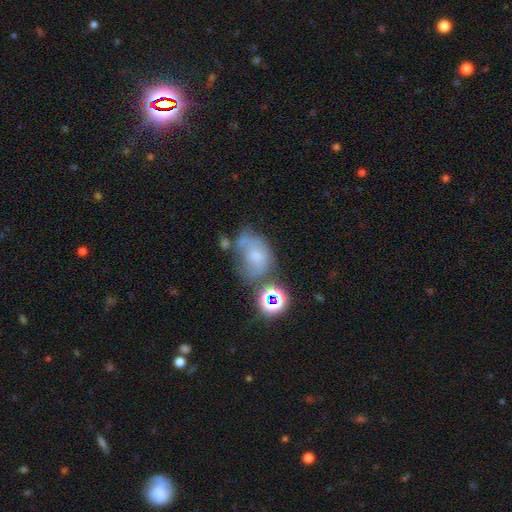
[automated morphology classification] Overall: smooth (42%; featured or disk 37%). Merging: none (28%; major disturbance 27%).